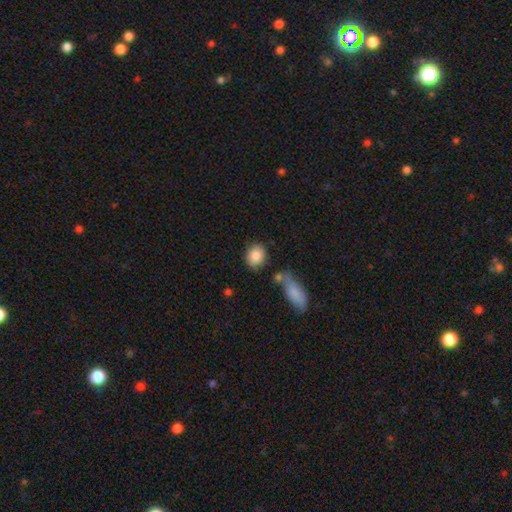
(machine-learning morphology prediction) A smooth galaxy with no disk features (86%) that is round (61%). Merging: none (78%).